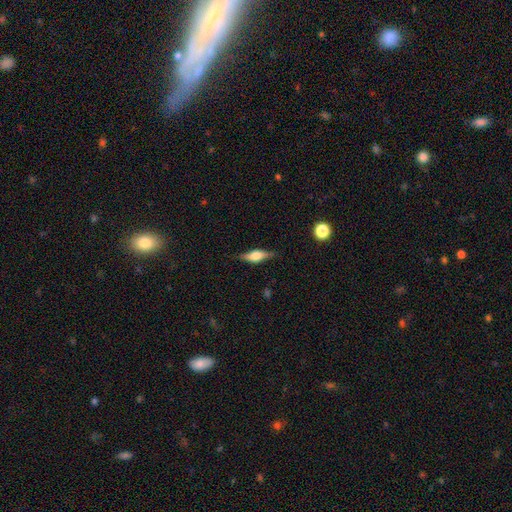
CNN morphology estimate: smooth-or-featured: featured or disk: 54% | smooth: 38% | star or artifact: 7%
  disk-edge-on: yes: 92% | no: 8%
    edge-on-bulge: rounded: 85% | boxy: 13% | none: 2%
  merging: none: 78% | minor disturbance: 16% | major disturbance: 4% | merger: 1%